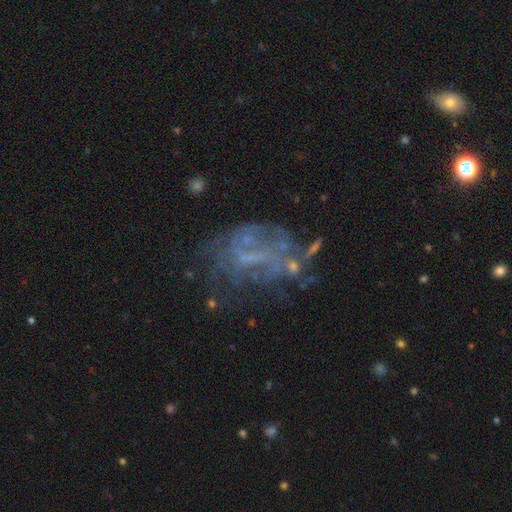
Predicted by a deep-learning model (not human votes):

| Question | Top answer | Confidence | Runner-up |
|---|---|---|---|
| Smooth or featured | featured or disk | 59% | star or artifact (24%) |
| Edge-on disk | no | 97% | yes (3%) |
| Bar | no | 69% | weak (22%) |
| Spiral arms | no | 72% | yes (28%) |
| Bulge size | none | 65% | small (24%) |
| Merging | none | 44% | major disturbance (29%) |